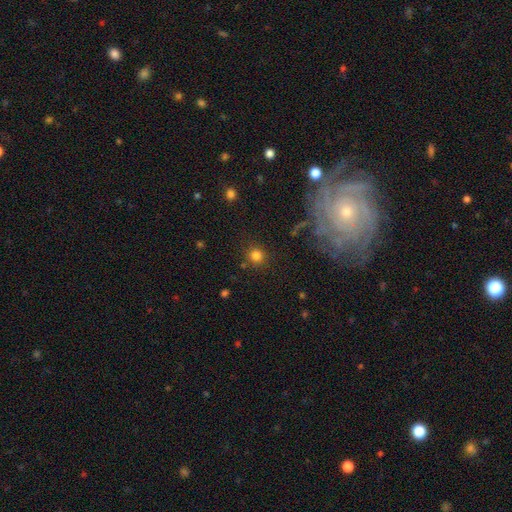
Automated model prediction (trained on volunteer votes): Smooth or featured: smooth — 80% (star or artifact — 14%)
How rounded: round — 92% (in between — 7%)
Merging: none — 85% (minor disturbance — 8%)